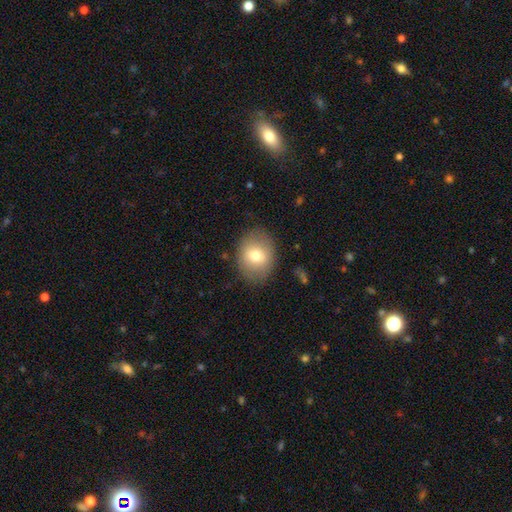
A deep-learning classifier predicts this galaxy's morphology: Q: Smooth or featured?
A: smooth (74%); runner-up: featured or disk (17%)
Q: How rounded?
A: in between (52%); runner-up: round (47%)
Q: Merging?
A: none (82%); runner-up: minor disturbance (12%)